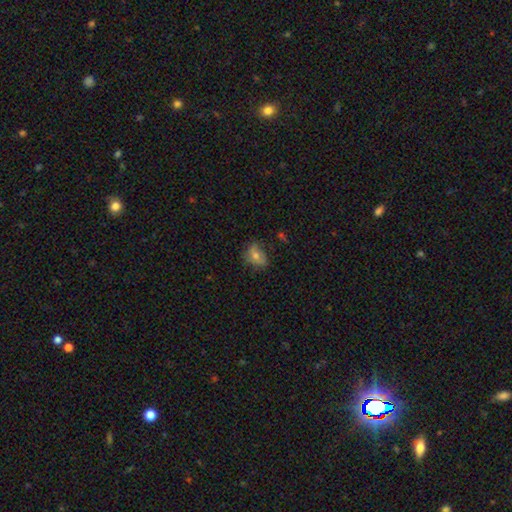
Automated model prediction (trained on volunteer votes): The model was most divided on "smooth or featured": smooth: 50%, featured or disk: 35%, star or artifact: 15%. More confident: merging — none (60%).